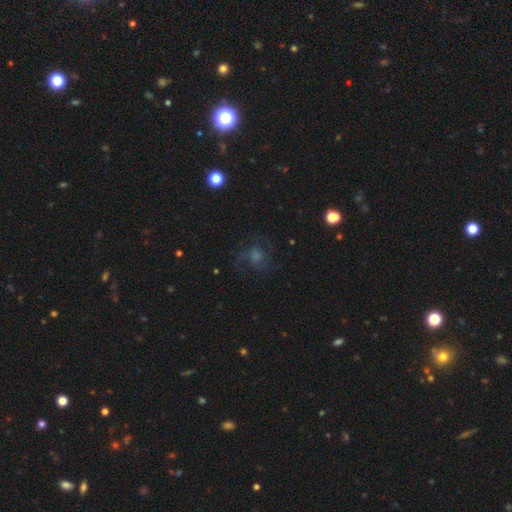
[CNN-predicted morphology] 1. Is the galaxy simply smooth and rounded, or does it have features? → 46% featured or disk, 28% star or artifact, 26% smooth.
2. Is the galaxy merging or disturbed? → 67% none, 16% major disturbance, 15% minor disturbance, 2% merger.